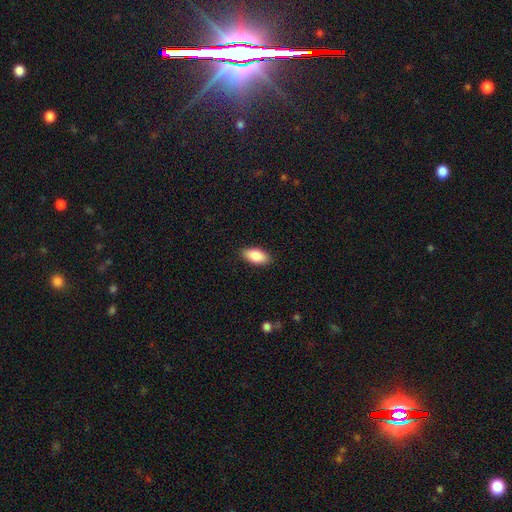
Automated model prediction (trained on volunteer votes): Overall: smooth (85%). How rounded: in between (91%). Merging: none (89%).